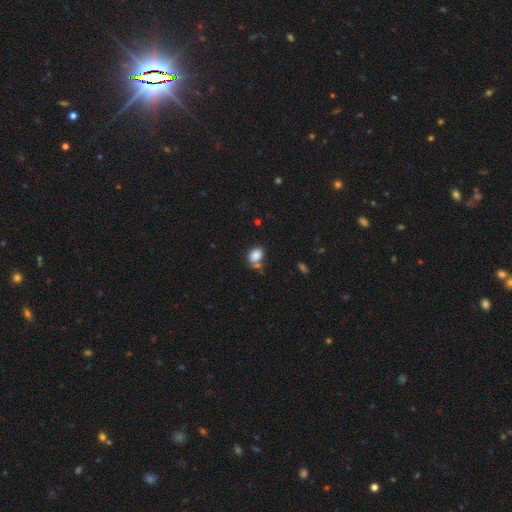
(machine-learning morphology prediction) type=smooth (85%); roundness=in between (78%); merging=none (58%).